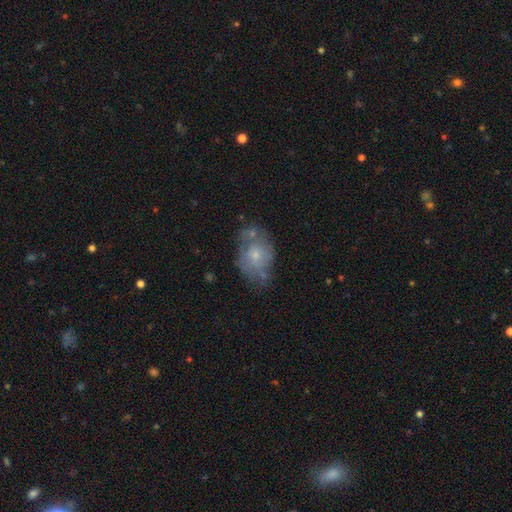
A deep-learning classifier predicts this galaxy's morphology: smooth-or-featured: featured or disk: 47% | smooth: 44% | star or artifact: 9%
  merging: none: 44% | minor disturbance: 29% | major disturbance: 15% | merger: 11%